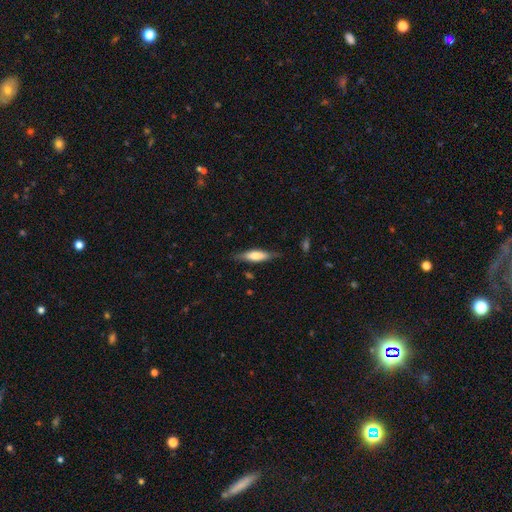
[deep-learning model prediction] This is possibly a smooth galaxy (58%). How rounded: likely cigar-shaped (62%). Merging: likely none (78%).